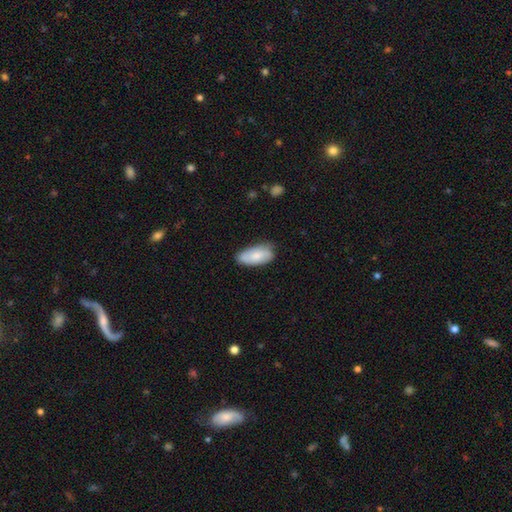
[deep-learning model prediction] smooth 73%, featured or disk 22%, star or artifact 6%. Down the decision tree: how rounded — in between (91%); merging — none (68%).